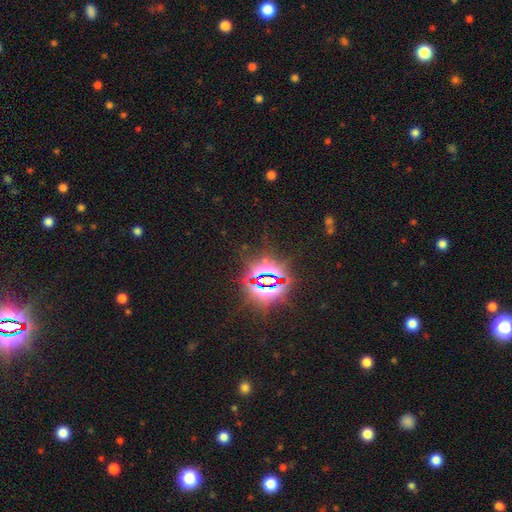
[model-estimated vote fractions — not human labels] Morphology: type=star or artifact (82%).